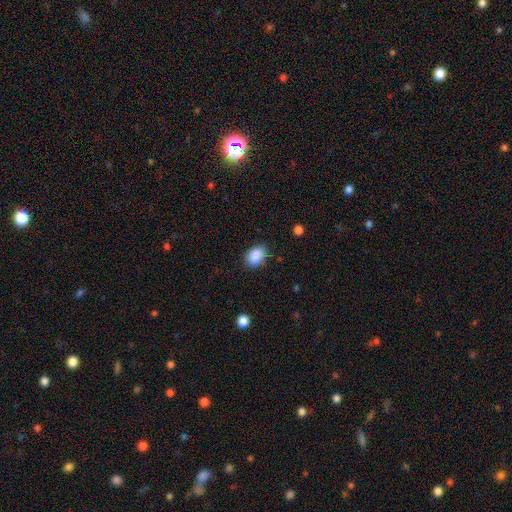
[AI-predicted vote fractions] Smooth or featured? smooth (89%)
How rounded? in between (78%)
Merging? none (83%)